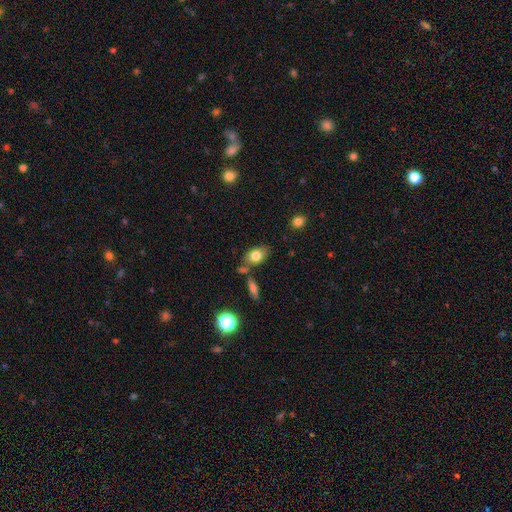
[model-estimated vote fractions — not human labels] A smooth galaxy with no disk features (78%) that is in between round and cigar-shaped (79%).

Vote fractions:
- Smooth or featured? smooth: 78% / featured or disk: 13% / star or artifact: 9%
- How rounded? in between: 79% / round: 18% / cigar-shaped: 3%
- Merging? none: 65% / minor disturbance: 17% / merger: 14% / major disturbance: 5%